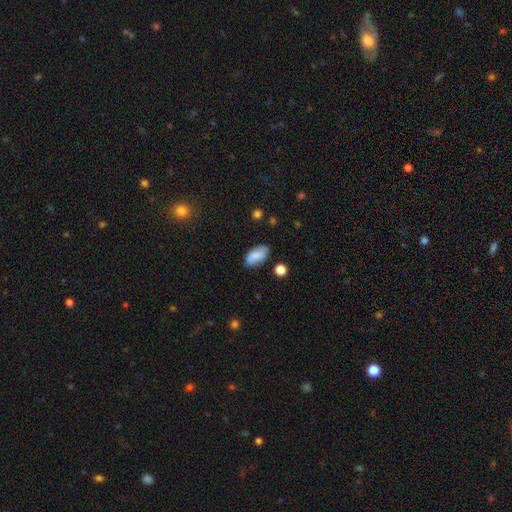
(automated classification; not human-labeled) A smooth galaxy with no disk features (77%) that is in between round and cigar-shaped (92%).

Vote fractions:
- Smooth or featured? smooth: 77% / featured or disk: 15% / star or artifact: 8%
- How rounded? in between: 92% / round: 4% / cigar-shaped: 4%
- Merging? none: 72% / minor disturbance: 21% / major disturbance: 4% / merger: 3%